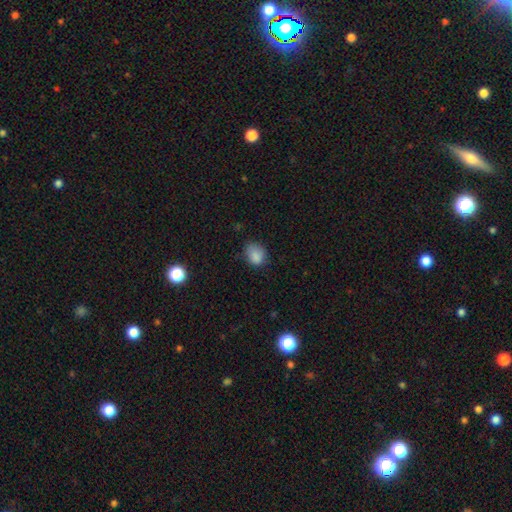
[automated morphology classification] smooth_or_featured: smooth (p=0.84) [alt: star or artifact p=0.10]
how_rounded: in between (p=0.53) [alt: round p=0.46]
merging: none (p=0.59) [alt: minor disturbance p=0.30]